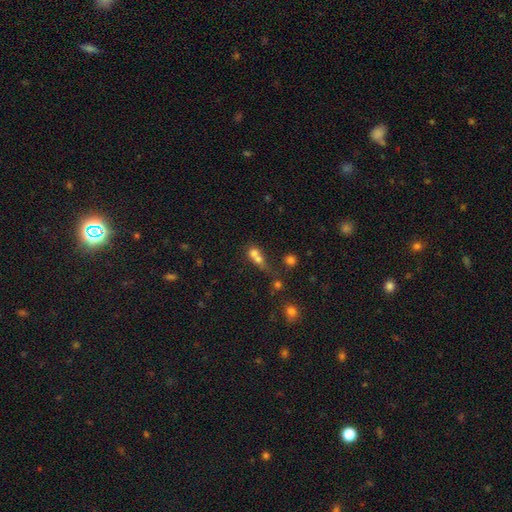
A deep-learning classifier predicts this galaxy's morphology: Q: Smooth or featured?
A: smooth (66%); runner-up: featured or disk (20%)
Q: How rounded?
A: round (62%); runner-up: in between (32%)
Q: Merging?
A: merger (68%); runner-up: none (20%)